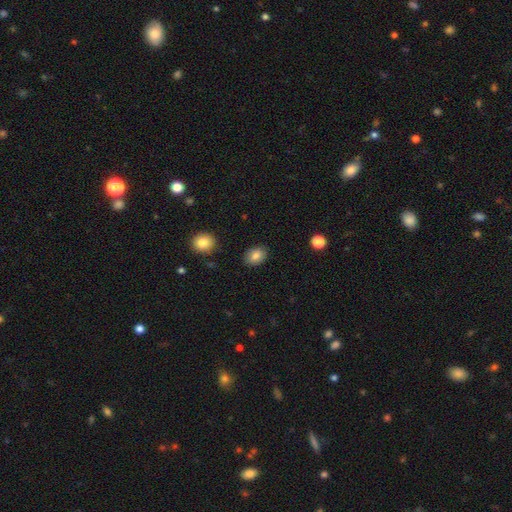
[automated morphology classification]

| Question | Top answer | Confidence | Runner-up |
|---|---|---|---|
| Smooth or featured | smooth | 83% | featured or disk (9%) |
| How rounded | in between | 76% | round (23%) |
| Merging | none | 87% | minor disturbance (10%) |